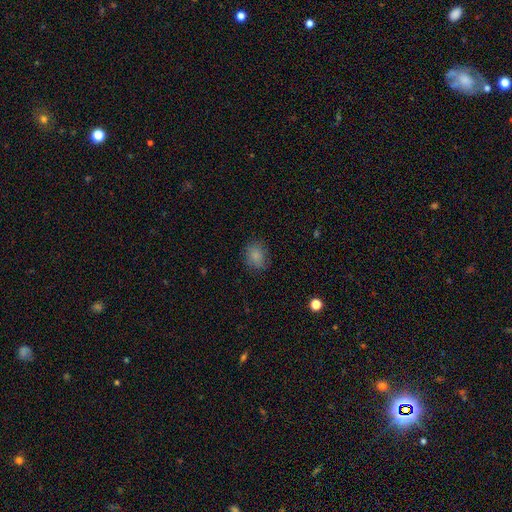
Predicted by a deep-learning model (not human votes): This appears to be a smooth galaxy with no disk features (84%) that is round (57%). Merging: none (79%).